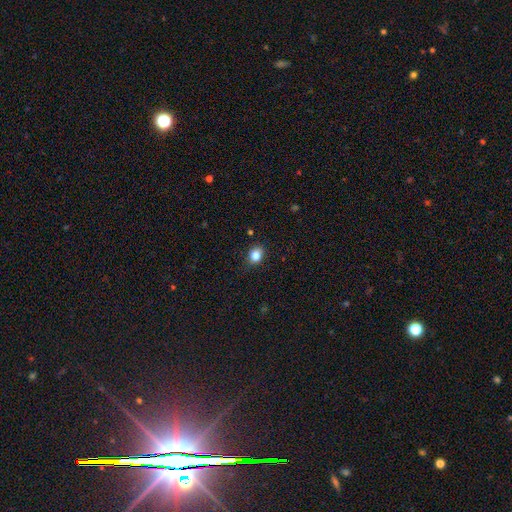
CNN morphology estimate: A smooth galaxy with no disk features (84%) that is in between round and cigar-shaped (50%).

Vote fractions:
- Smooth or featured? smooth: 84% / star or artifact: 10% / featured or disk: 5%
- How rounded? in between: 50% / round: 49% / cigar-shaped: 1%
- Merging? none: 86% / minor disturbance: 11% / major disturbance: 2% / merger: 1%